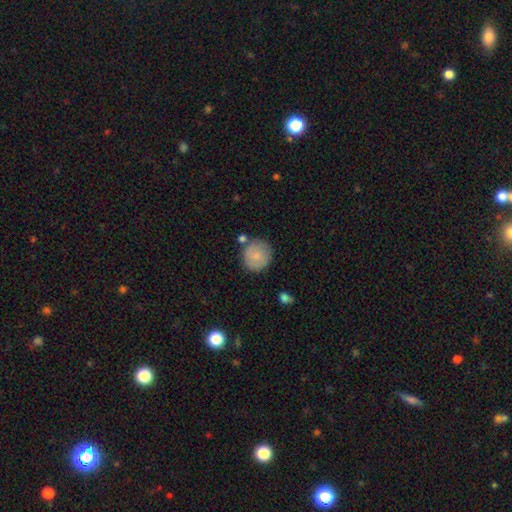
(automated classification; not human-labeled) A smooth galaxy with no disk features (82%) that is round (90%). Merging: none (73%).